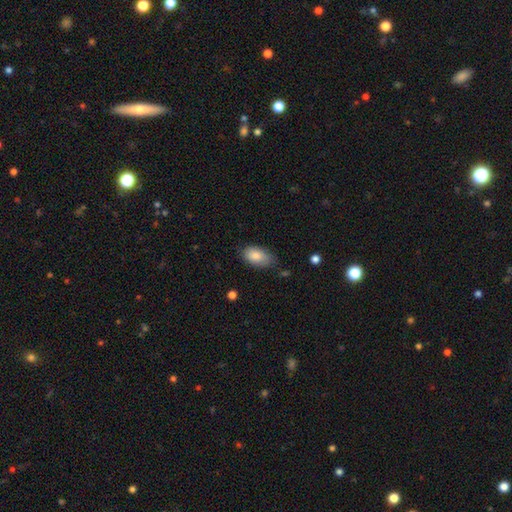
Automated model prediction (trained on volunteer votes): smooth-or-featured: smooth: 85% | featured or disk: 9% | star or artifact: 7%
  how-rounded: in between: 93% | round: 5% | cigar-shaped: 2%
  merging: none: 71% | minor disturbance: 23% | major disturbance: 4% | merger: 2%